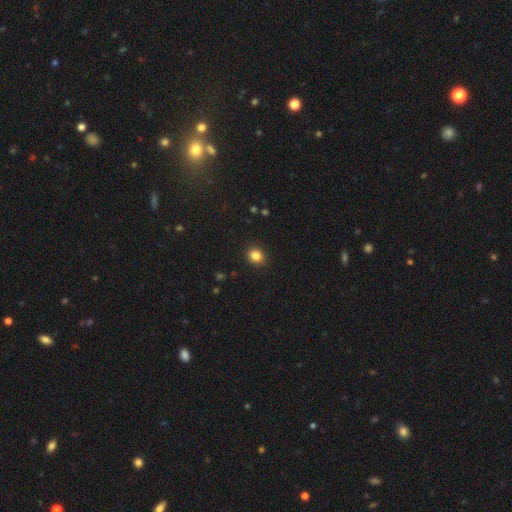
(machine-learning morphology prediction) This is clearly a smooth galaxy (85%). How rounded: likely round (72%). Merging: clearly none (91%).